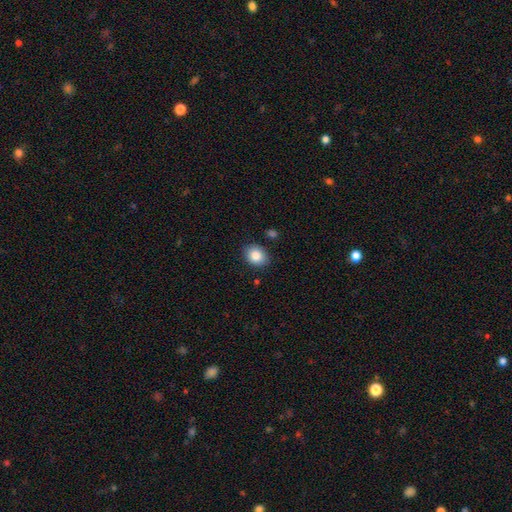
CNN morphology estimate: This appears to be a smooth galaxy with no disk features (86%) that is in between round and cigar-shaped (51%). Merging: none (84%).